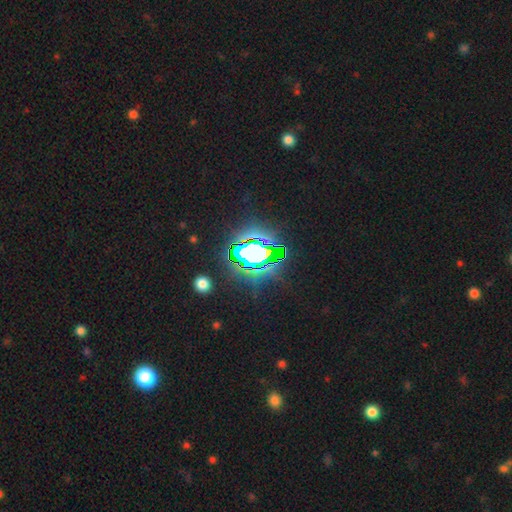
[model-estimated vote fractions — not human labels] Overall: star or artifact (78%).